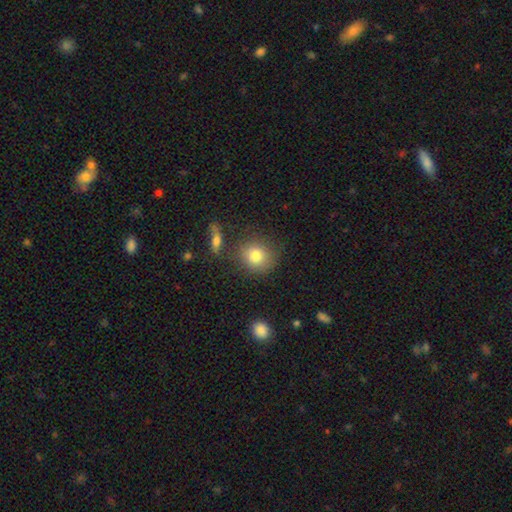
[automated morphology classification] Smooth or featured: smooth — 81% (star or artifact — 10%)
How rounded: round — 83% (in between — 15%)
Merging: none — 75% (minor disturbance — 13%)